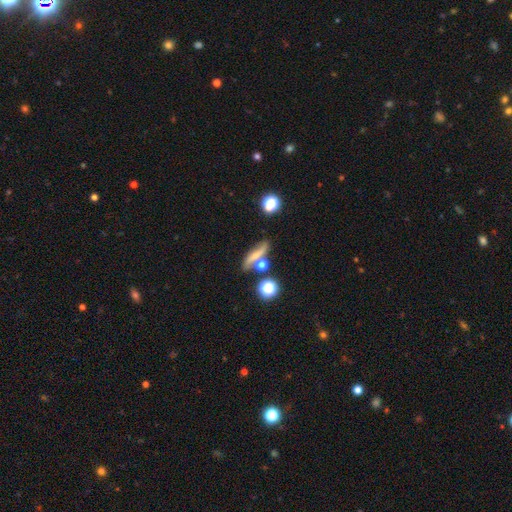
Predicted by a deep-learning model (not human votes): Morphology: type=smooth (48%); merging=none (59%).